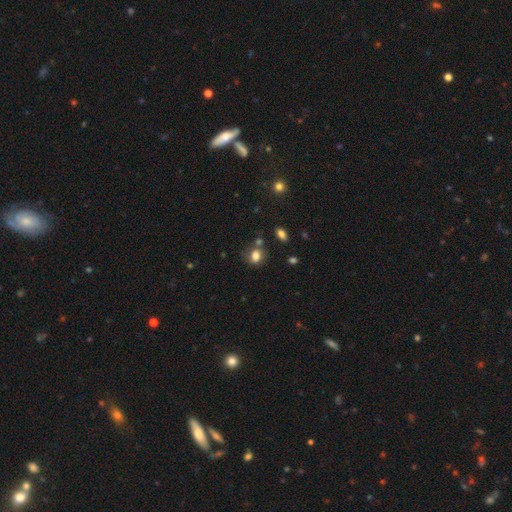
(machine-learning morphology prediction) type=smooth (80%); roundness=round (50%); merging=none (62%).